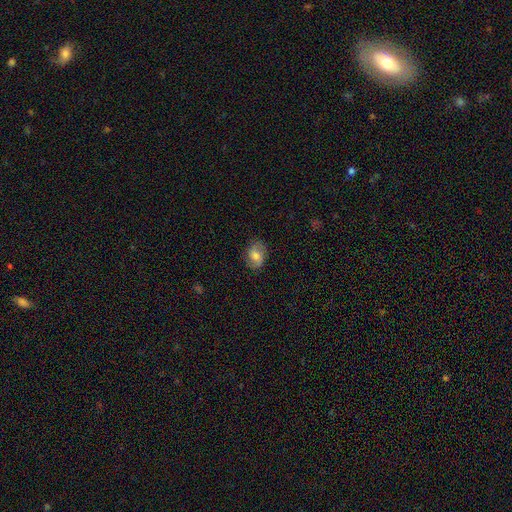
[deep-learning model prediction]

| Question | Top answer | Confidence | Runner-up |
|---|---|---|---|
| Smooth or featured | smooth | 58% | featured or disk (34%) |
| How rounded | in between | 71% | round (28%) |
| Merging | none | 78% | minor disturbance (16%) |